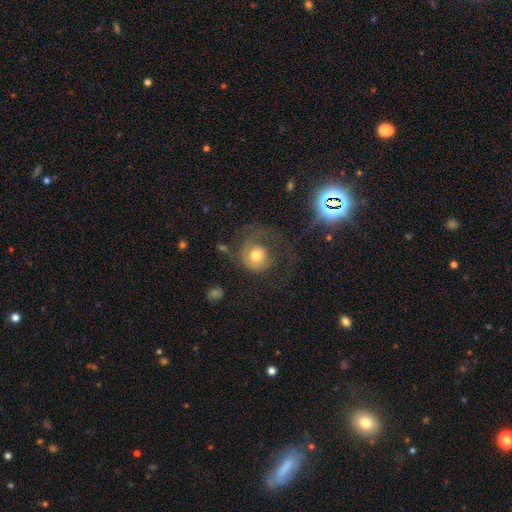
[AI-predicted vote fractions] Q: Smooth or featured?
A: smooth (53%); runner-up: featured or disk (38%)
Q: How rounded?
A: round (84%); runner-up: in between (15%)
Q: Merging?
A: major disturbance (45%); runner-up: none (35%)